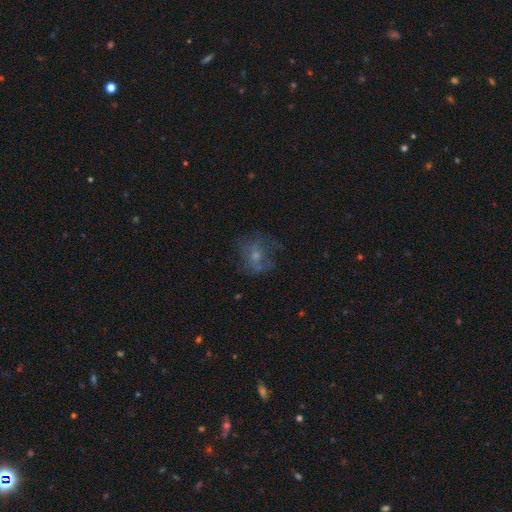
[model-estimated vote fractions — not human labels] The model was most divided on "smooth or featured": featured or disk: 45%, smooth: 38%, star or artifact: 17%. More confident: merging — none (53%).